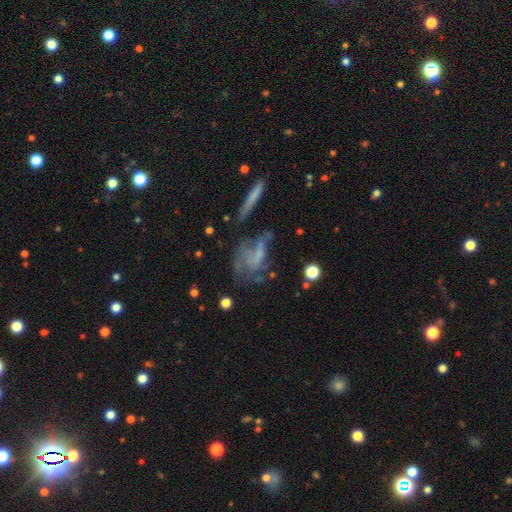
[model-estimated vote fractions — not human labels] Smooth or featured: featured or disk — 52% (smooth — 34%)
Edge-on disk: no — 90% (yes — 10%)
Merging: none — 35% (major disturbance — 34%)